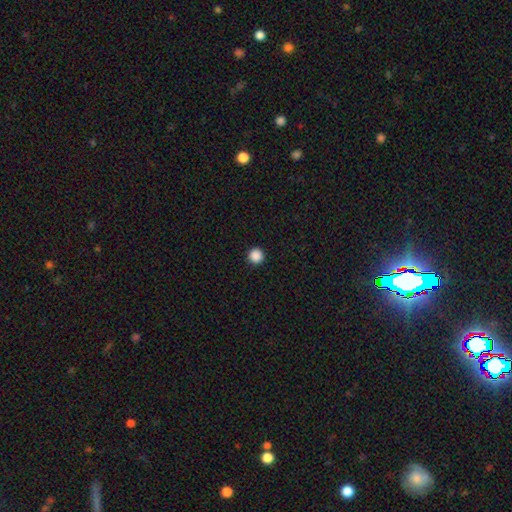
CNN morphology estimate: The model was most divided on "smooth or featured": smooth: 88%, star or artifact: 10%, featured or disk: 2%. More confident: how rounded — round (97%); merging — none (94%).